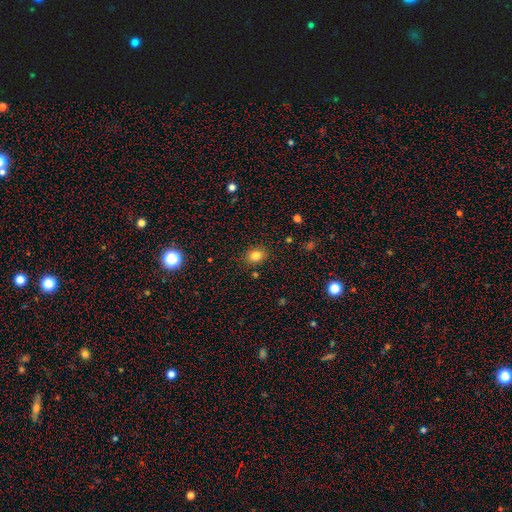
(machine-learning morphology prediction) smooth_or_featured: smooth (p=0.82) [alt: star or artifact p=0.12]
how_rounded: in between (p=0.51) [alt: round p=0.48]
merging: none (p=0.85) [alt: minor disturbance p=0.10]